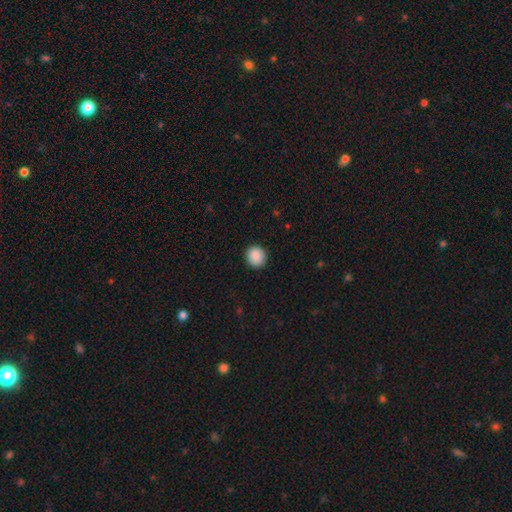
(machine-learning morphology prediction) Smooth or featured?
  - smooth: 90% *
  - star or artifact: 8%
  - featured or disk: 2%
How rounded?
  - round: 86% *
  - in between: 13%
  - cigar-shaped: 1%
Merging?
  - none: 91% *
  - minor disturbance: 7%
  - major disturbance: 2%
  - merger: 1%